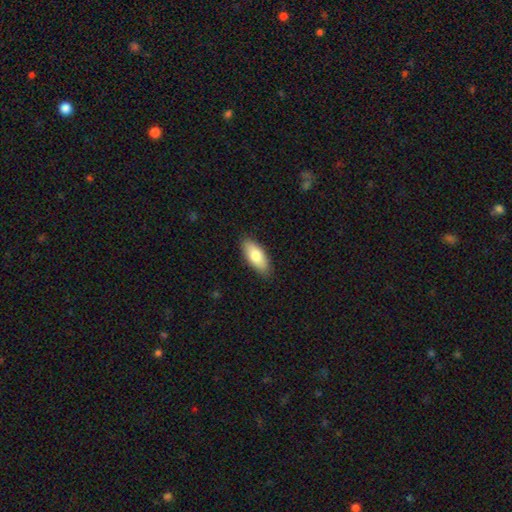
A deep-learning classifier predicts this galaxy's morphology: Smooth or featured?
  - smooth: 79% *
  - featured or disk: 15%
  - star or artifact: 6%
How rounded?
  - in between: 82% *
  - cigar-shaped: 16%
  - round: 2%
Merging?
  - none: 87% *
  - minor disturbance: 10%
  - major disturbance: 2%
  - merger: 1%